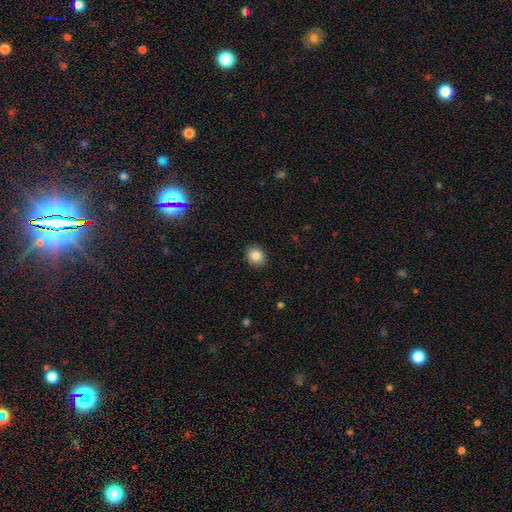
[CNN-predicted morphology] Overall: smooth (85%). How rounded: round (76%). Merging: none (91%).